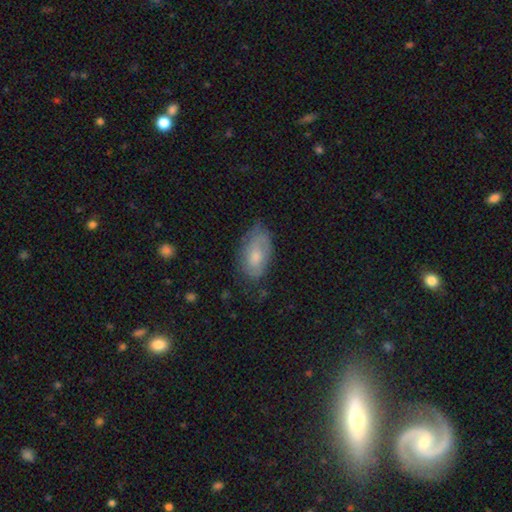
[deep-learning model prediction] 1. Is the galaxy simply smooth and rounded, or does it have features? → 55% smooth, 38% featured or disk, 7% star or artifact.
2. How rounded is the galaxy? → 92% in between, 5% round, 3% cigar-shaped.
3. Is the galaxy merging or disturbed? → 58% none, 30% minor disturbance, 10% major disturbance, 2% merger.